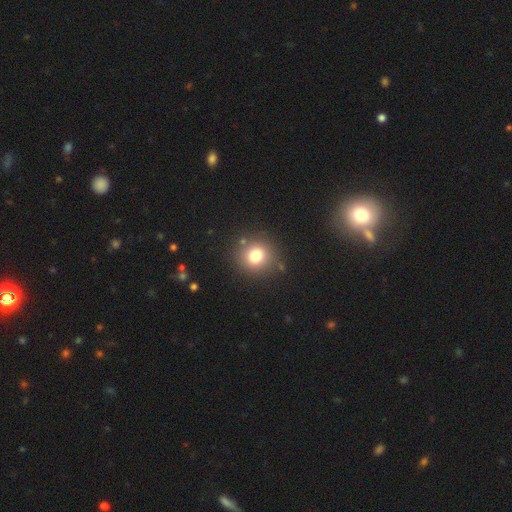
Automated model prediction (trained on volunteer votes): This appears to be a smooth galaxy with no disk features (77%) that is round (88%). Merging: none (85%).